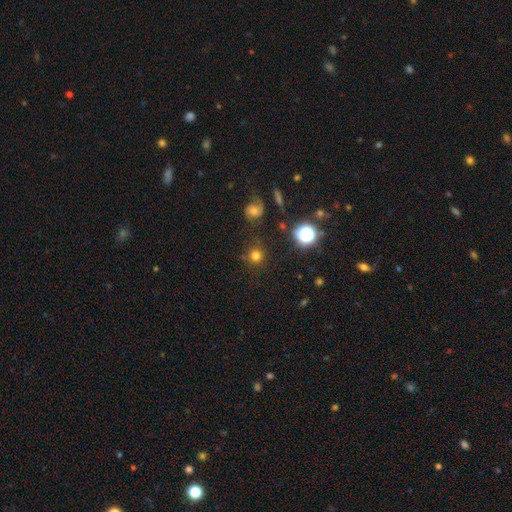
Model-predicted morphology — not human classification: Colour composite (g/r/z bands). It shows a smooth galaxy with no disk features (74%) that is round (92%). Merging: none (83%).